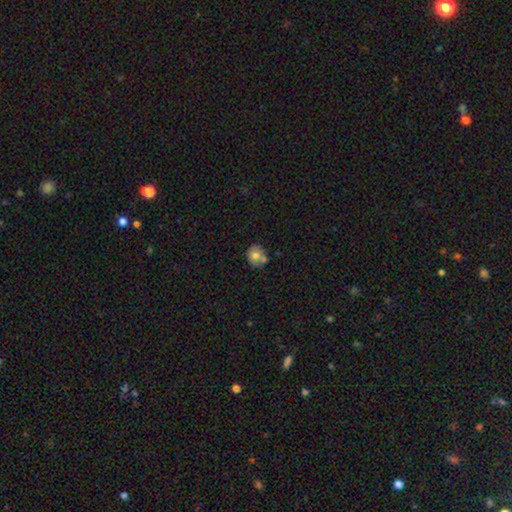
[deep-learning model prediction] smooth-or-featured: smooth: 73% | featured or disk: 18% | star or artifact: 9%
  how-rounded: round: 76% | in between: 23% | cigar-shaped: 1%
  merging: none: 57% | merger: 23% | minor disturbance: 16% | major disturbance: 4%